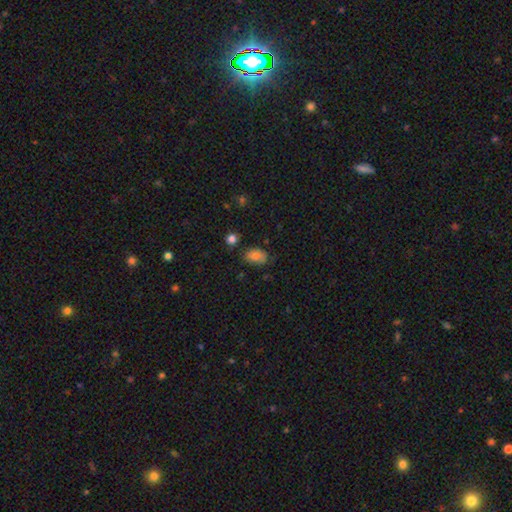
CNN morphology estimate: type=smooth (79%); roundness=in between (84%); merging=none (65%).